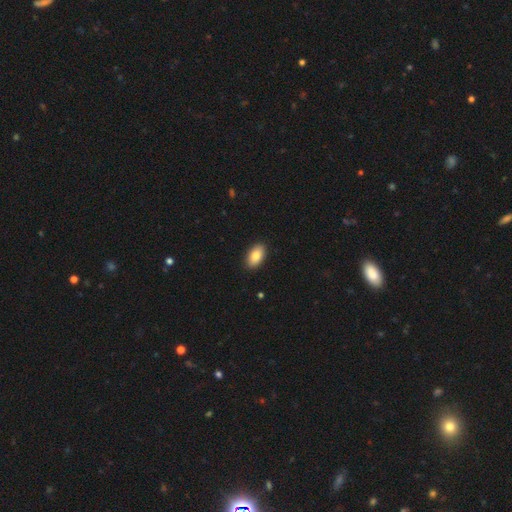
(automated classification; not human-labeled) smooth_or_featured: smooth (p=0.84) [alt: featured or disk p=0.09]
how_rounded: in between (p=0.93) [alt: round p=0.04]
merging: none (p=0.90) [alt: minor disturbance p=0.07]